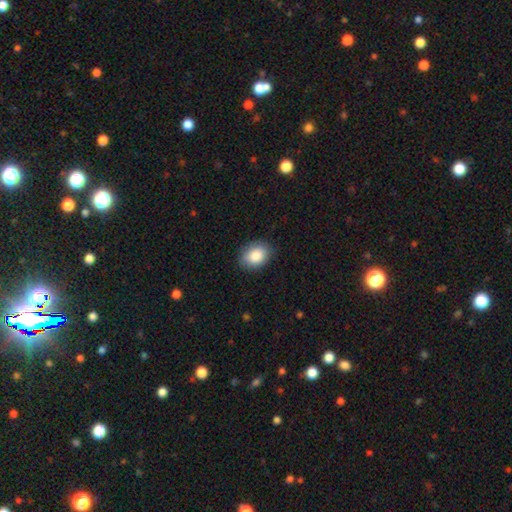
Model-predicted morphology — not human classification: Smooth or featured: smooth — 87% (star or artifact — 7%)
How rounded: in between — 71% (round — 28%)
Merging: none — 84% (minor disturbance — 12%)